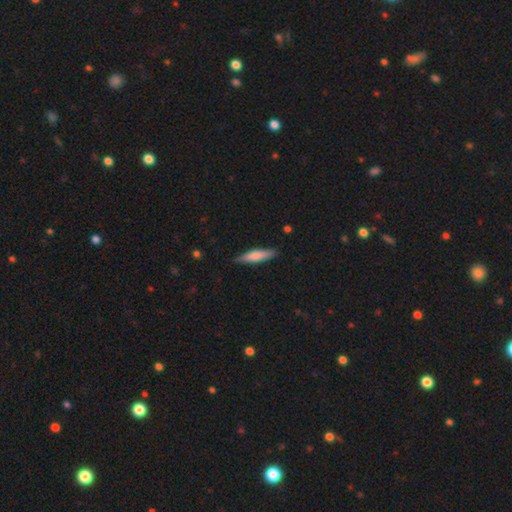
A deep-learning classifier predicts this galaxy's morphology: Smooth or featured? Predicted: smooth (p=0.68). How rounded? Predicted: cigar-shaped (p=0.81). Merging? Predicted: none (p=0.85).